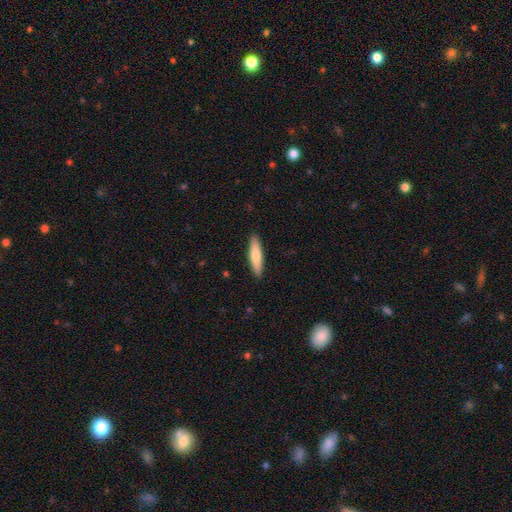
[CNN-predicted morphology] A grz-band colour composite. It shows a smooth galaxy with no disk features (75%) that is cigar-shaped (78%). Merging: none (90%).